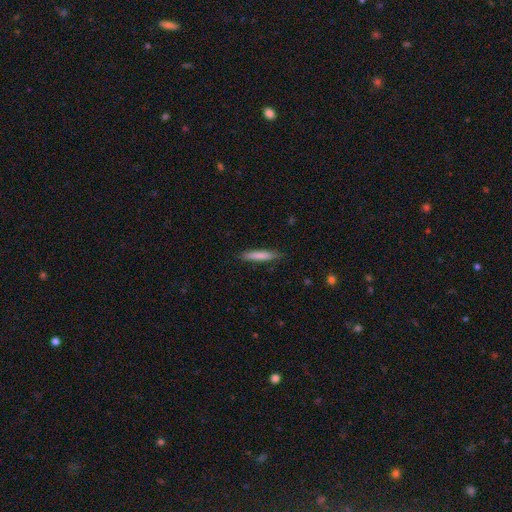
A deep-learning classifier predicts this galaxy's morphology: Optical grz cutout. It shows a smooth galaxy with no disk features (74%) that is cigar-shaped (93%). Merging: none (88%).